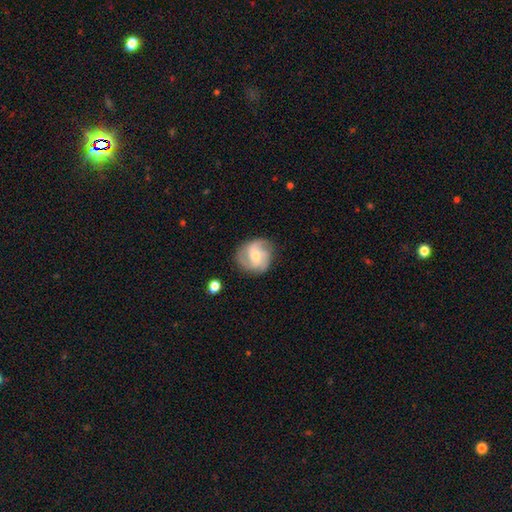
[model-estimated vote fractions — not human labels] Morphology: type=featured or disk (74%); edge-on=no (98%); bar=no (50%); spiral arms=yes (93%); winding=medium (48%); arm count=3 (56%); bulge=moderate (57%); merging=none (79%).